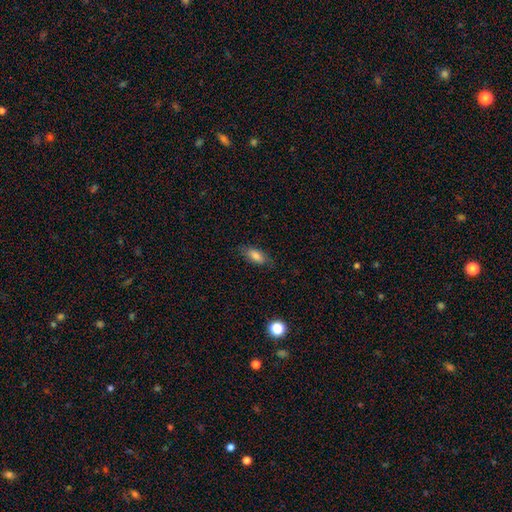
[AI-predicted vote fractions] Smooth or featured? smooth (79%)
How rounded? in between (81%)
Merging? none (78%)